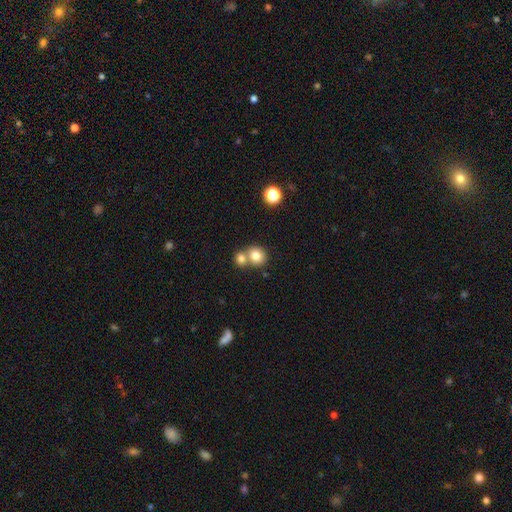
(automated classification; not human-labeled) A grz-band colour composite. It shows a smooth galaxy with no disk features (79%) that is round (80%). Merging: none (46%).